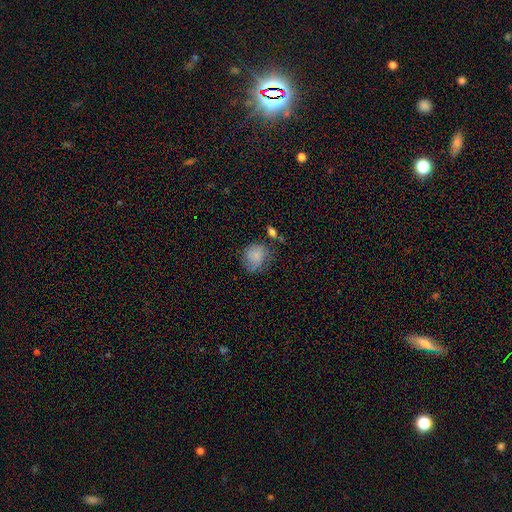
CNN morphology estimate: Smooth or featured? Predicted: smooth (p=0.77). How rounded? Predicted: round (p=0.71). Merging? Predicted: none (p=0.53).